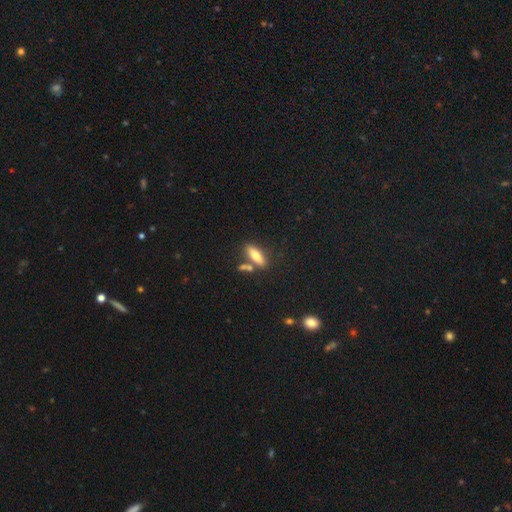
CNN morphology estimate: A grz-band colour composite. It shows a smooth galaxy with no disk features (72%) that is in between round and cigar-shaped (50%). Merging: none (64%).